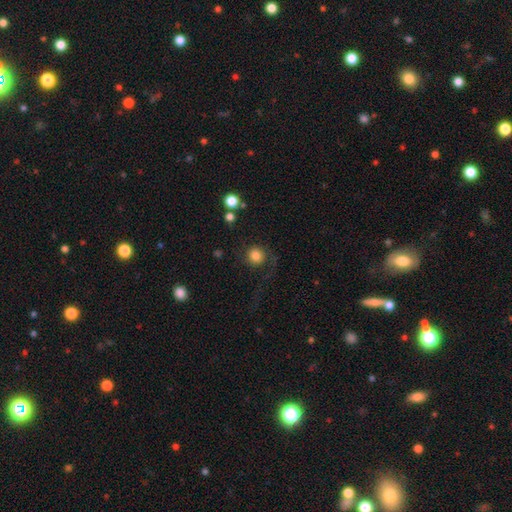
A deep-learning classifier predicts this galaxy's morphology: Smooth or featured? Predicted: smooth (p=0.77). How rounded? Predicted: round (p=0.92). Merging? Predicted: none (p=0.65).